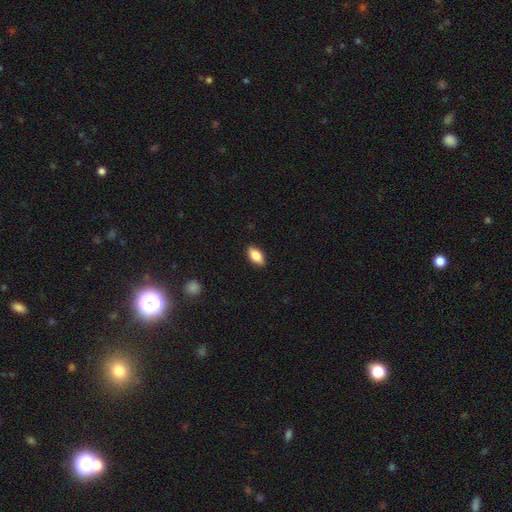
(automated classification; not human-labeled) smooth-or-featured: smooth: 86% | featured or disk: 8% | star or artifact: 7%
  how-rounded: in between: 91% | cigar-shaped: 6% | round: 3%
  merging: none: 88% | minor disturbance: 9% | major disturbance: 2% | merger: 1%